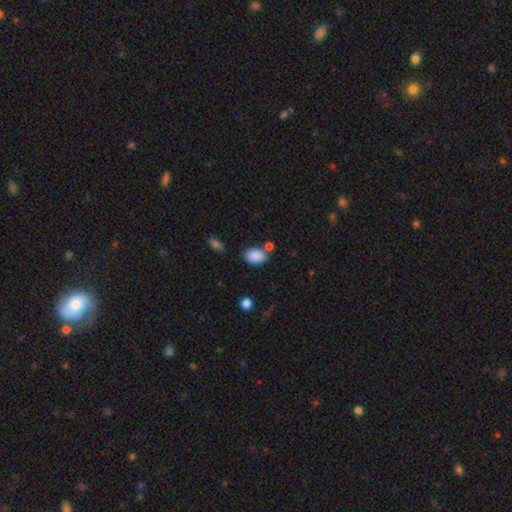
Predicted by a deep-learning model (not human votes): The model was most divided on "merging": none: 68%, minor disturbance: 15%, merger: 13%, major disturbance: 4%. More confident: smooth or featured — smooth (88%); how rounded — in between (86%).